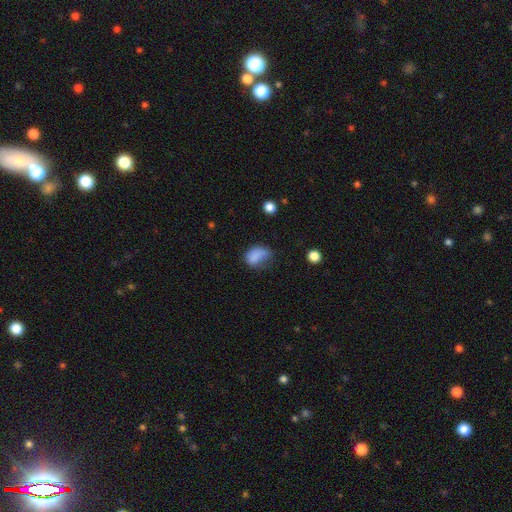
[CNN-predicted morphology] Smooth or featured? smooth (79%)
How rounded? in between (77%)
Merging? none (35%)